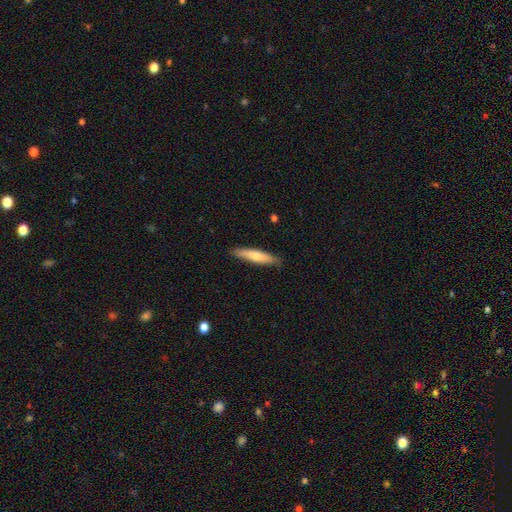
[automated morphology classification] smooth_or_featured: smooth (p=0.55) [alt: featured or disk p=0.39]
how_rounded: cigar-shaped (p=0.87) [alt: in between p=0.12]
merging: none (p=0.88) [alt: minor disturbance p=0.09]